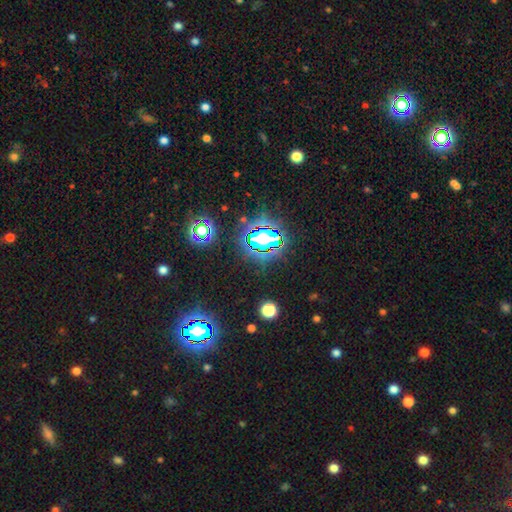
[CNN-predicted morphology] This is clearly a star or artifact rather than a galaxy (83%).